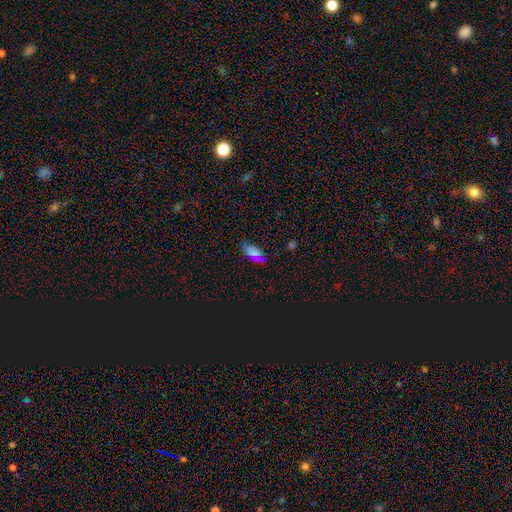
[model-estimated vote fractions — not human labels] smooth 68%, star or artifact 21%, featured or disk 11%. Down the decision tree: how rounded — in between (91%); merging — none (79%).